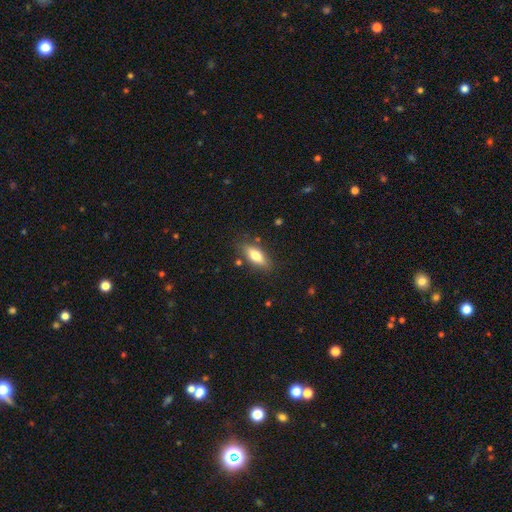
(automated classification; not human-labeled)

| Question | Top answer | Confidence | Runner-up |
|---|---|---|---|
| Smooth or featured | smooth | 76% | featured or disk (18%) |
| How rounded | in between | 73% | cigar-shaped (24%) |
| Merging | none | 82% | minor disturbance (13%) |